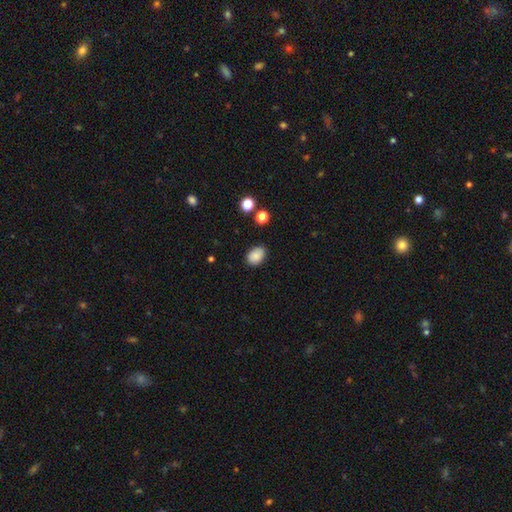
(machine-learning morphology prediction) Smooth or featured? smooth (87%)
How rounded? in between (78%)
Merging? none (83%)